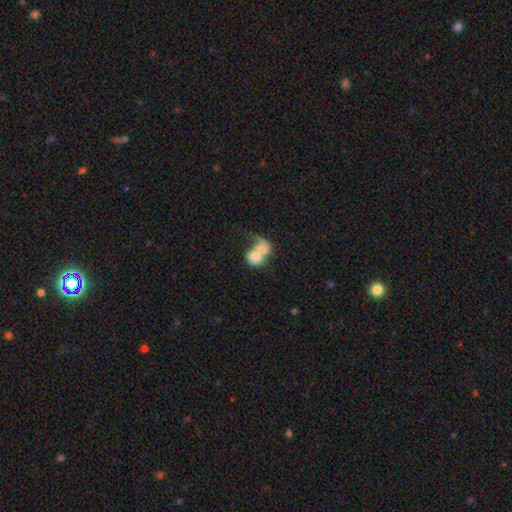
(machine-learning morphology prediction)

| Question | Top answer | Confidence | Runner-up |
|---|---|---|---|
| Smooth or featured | smooth | 58% | featured or disk (35%) |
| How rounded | round | 49% | tied: in between (49%) |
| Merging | merger | 73% | none (11%) |